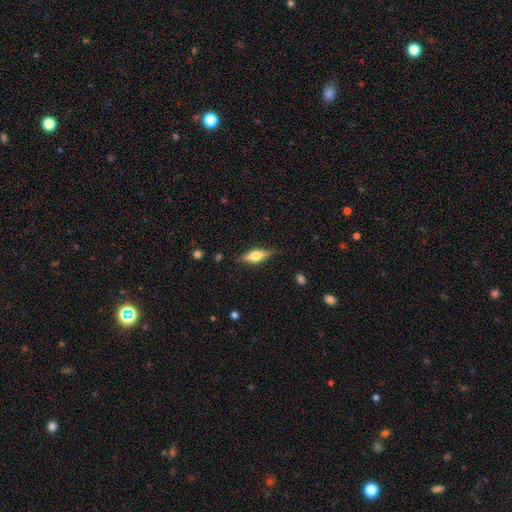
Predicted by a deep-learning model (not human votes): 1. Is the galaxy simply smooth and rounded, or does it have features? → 48% featured or disk, 45% smooth, 7% star or artifact.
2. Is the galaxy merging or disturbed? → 83% none, 13% minor disturbance, 3% major disturbance, 1% merger.